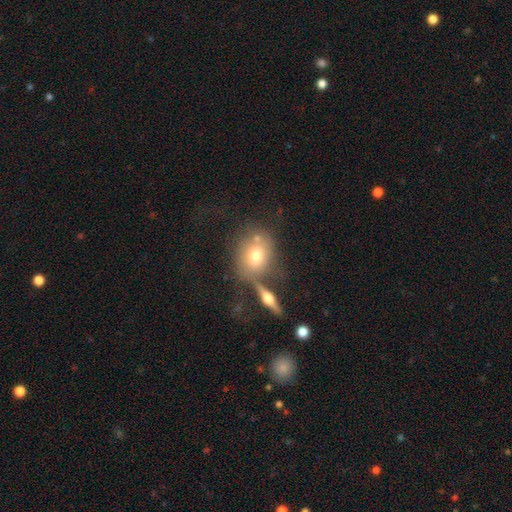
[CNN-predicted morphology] This appears to be a smooth galaxy with no disk features (61%) that is round (53%). Merging: none (53%).